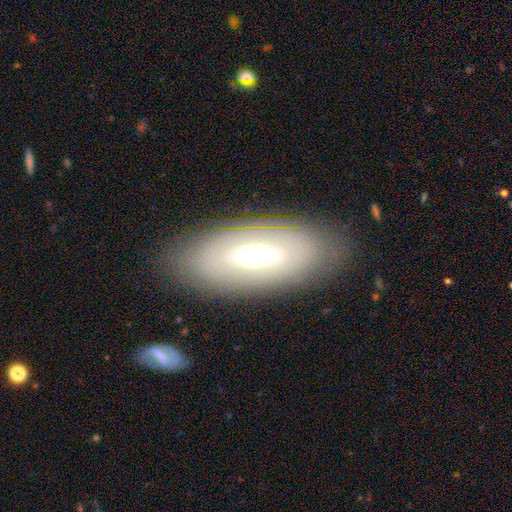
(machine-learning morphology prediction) smooth_or_featured: featured or disk (p=0.61) [alt: smooth p=0.32]
disk_edge_on: no (p=0.83) [alt: yes p=0.17]
bar: no (p=0.54) [alt: weak p=0.31]
has_spiral_arms: no (p=0.61) [alt: yes p=0.39]
bulge_size: moderate (p=0.64) [alt: small p=0.26]
merging: none (p=0.83) [alt: minor disturbance p=0.11]